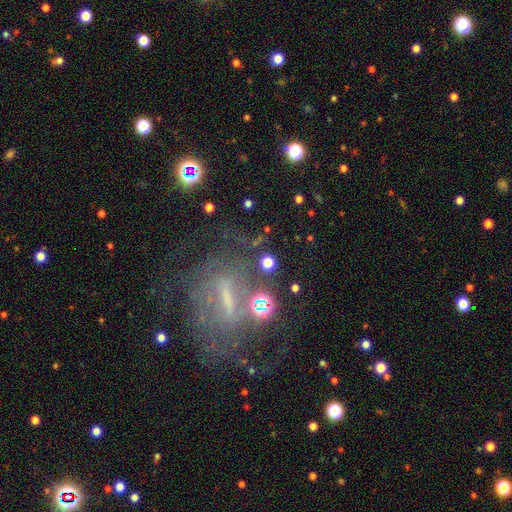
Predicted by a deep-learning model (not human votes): Smooth or featured?
  - featured or disk: 59% *
  - star or artifact: 23%
  - smooth: 18%
Edge-on disk?
  - no: 80% *
  - yes: 20%
Merging?
  - none: 55% *
  - major disturbance: 19%
  - minor disturbance: 18%
  - merger: 8%